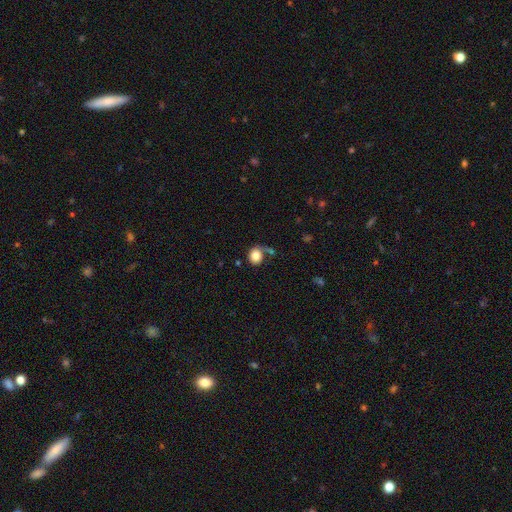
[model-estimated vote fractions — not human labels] smooth 81%, featured or disk 11%, star or artifact 9%. Down the decision tree: how rounded — round (73%); merging — none (51%).